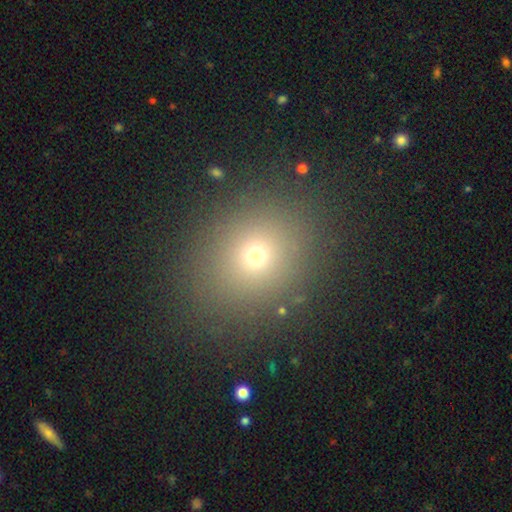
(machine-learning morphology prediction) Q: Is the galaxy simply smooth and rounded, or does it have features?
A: smooth — 67%.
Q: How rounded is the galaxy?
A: round — 66%.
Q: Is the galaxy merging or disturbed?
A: none — 86%.